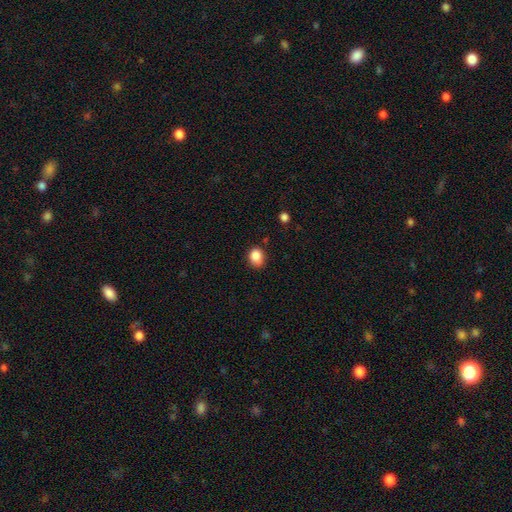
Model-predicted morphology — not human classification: This is clearly a smooth galaxy (86%). How rounded: possibly round (54%). Merging: likely none (75%).